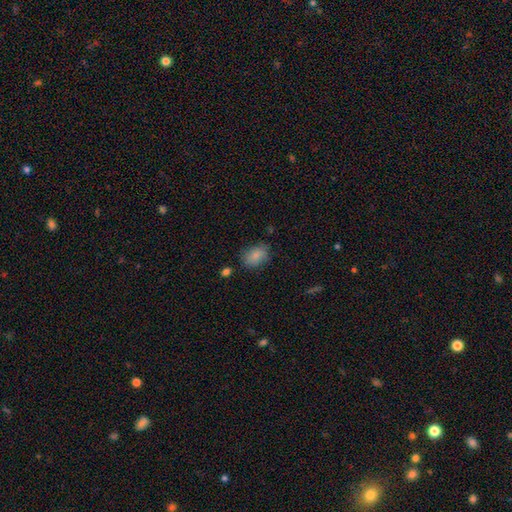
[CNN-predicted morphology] A smooth galaxy with no disk features (83%) that is in between round and cigar-shaped (75%). Merging: none (74%).